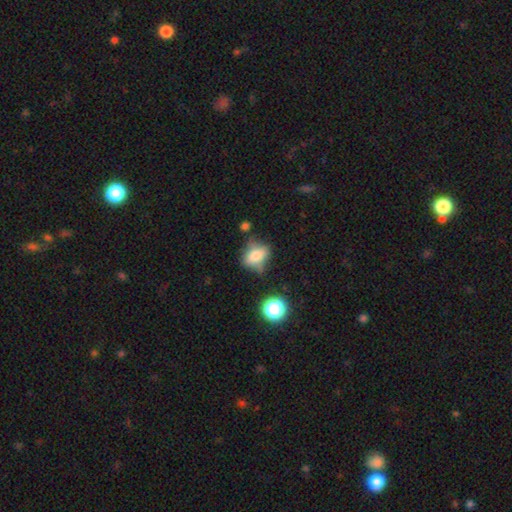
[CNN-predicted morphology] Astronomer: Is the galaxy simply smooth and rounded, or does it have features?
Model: smooth — 68%.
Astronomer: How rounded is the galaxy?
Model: in between — 66%.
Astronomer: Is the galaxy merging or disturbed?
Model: none — 53%.